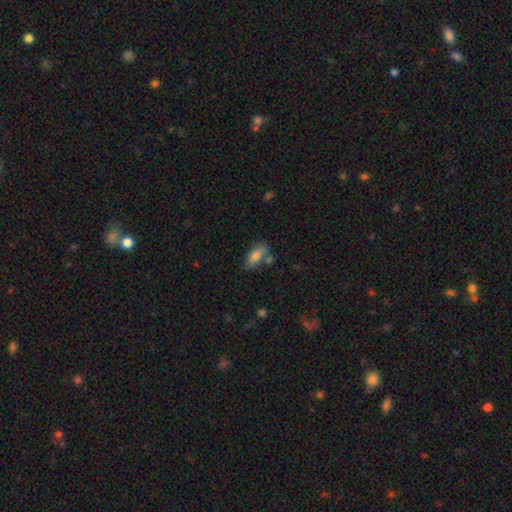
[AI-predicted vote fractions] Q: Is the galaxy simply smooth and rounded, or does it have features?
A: smooth — 81%.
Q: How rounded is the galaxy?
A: in between — 85%.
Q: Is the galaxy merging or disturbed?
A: none — 63%.